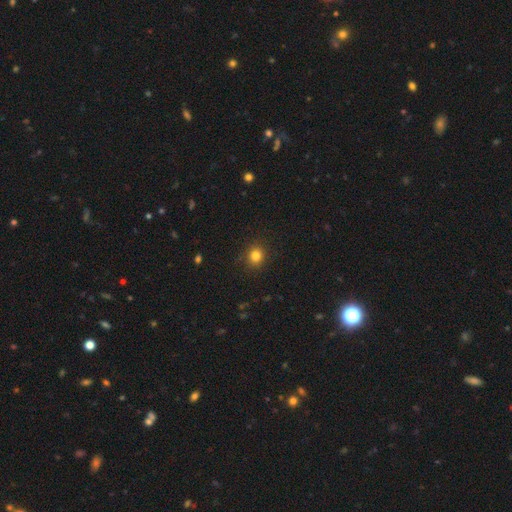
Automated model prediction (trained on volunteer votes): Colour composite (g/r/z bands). It shows a smooth galaxy with no disk features (82%) that is round (84%). Merging: none (90%).